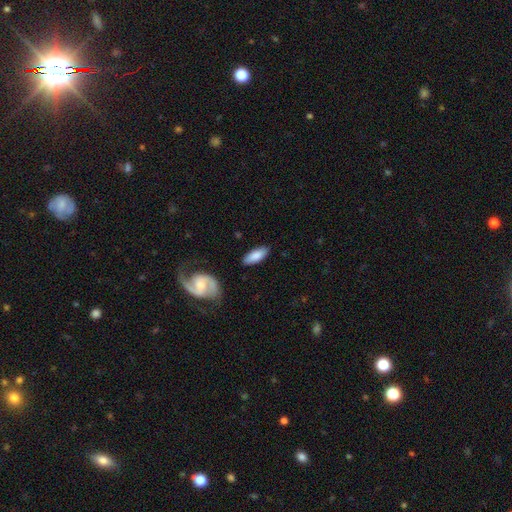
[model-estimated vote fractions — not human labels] smooth-or-featured: smooth: 77% | featured or disk: 17% | star or artifact: 5%
  how-rounded: in between: 74% | cigar-shaped: 24% | round: 2%
  merging: none: 83% | minor disturbance: 12% | major disturbance: 3% | merger: 3%